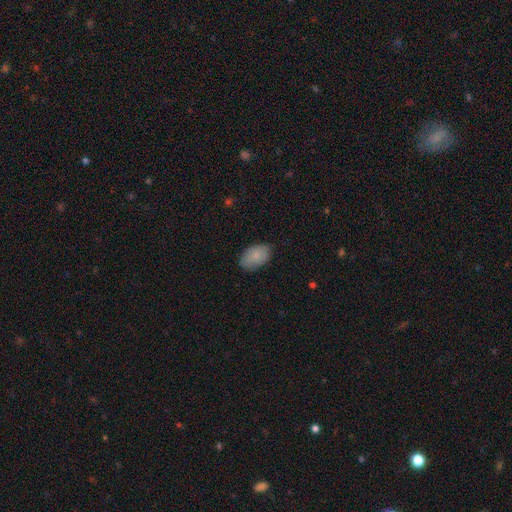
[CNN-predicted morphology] The model was most divided on "merging": none: 80%, minor disturbance: 16%, major disturbance: 3%, merger: 1%. More confident: how rounded — in between (90%); smooth or featured — smooth (85%).